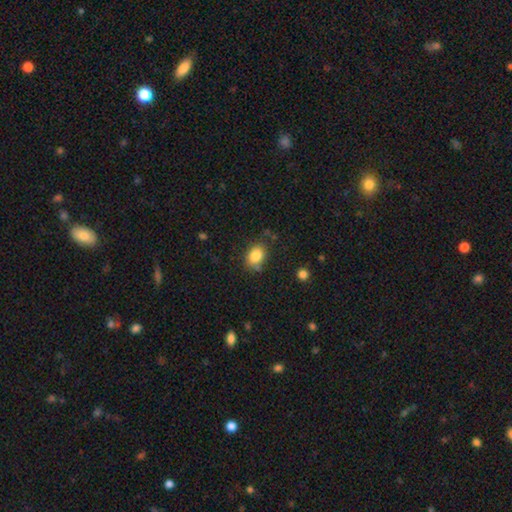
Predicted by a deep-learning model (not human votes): smooth-or-featured: smooth: 85% | star or artifact: 9% | featured or disk: 7%
  how-rounded: in between: 74% | round: 25% | cigar-shaped: 1%
  merging: none: 73% | minor disturbance: 18% | major disturbance: 5% | merger: 4%